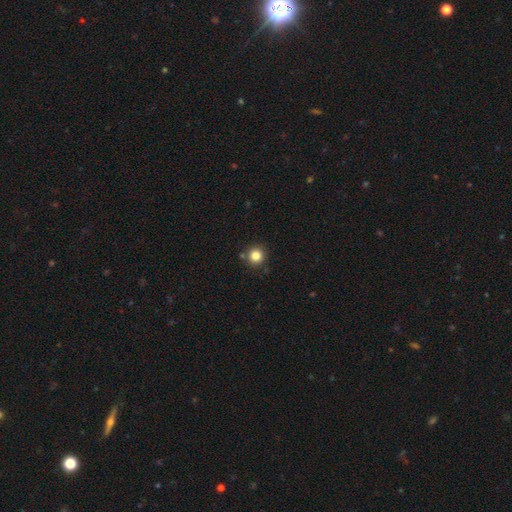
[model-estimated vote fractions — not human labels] Smooth or featured?
  - smooth: 83% *
  - star or artifact: 12%
  - featured or disk: 5%
How rounded?
  - round: 94% *
  - in between: 5%
  - cigar-shaped: 1%
Merging?
  - none: 86% *
  - minor disturbance: 7%
  - merger: 5%
  - major disturbance: 2%